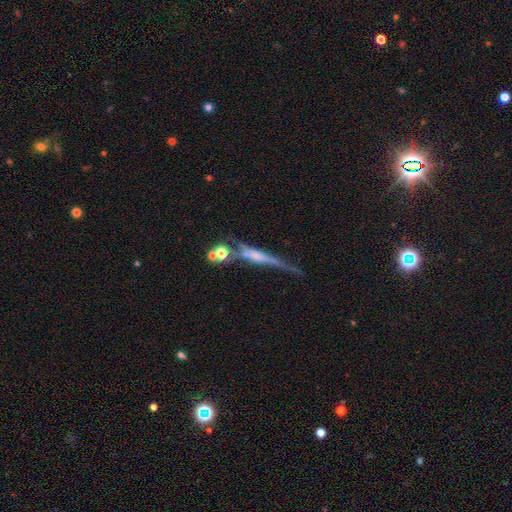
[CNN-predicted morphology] A featured or disk galaxy (62%) viewed edge-on (89%) with a rounded central bulge (43%).

Vote fractions:
- Smooth or featured? featured or disk: 62% / smooth: 26% / star or artifact: 12%
- Edge-on disk? yes: 89% / no: 11%
- Edge-on bulge? rounded: 43% / none: 32% / boxy: 26%
- Merging? none: 51% / minor disturbance: 20% / merger: 16% / major disturbance: 12%